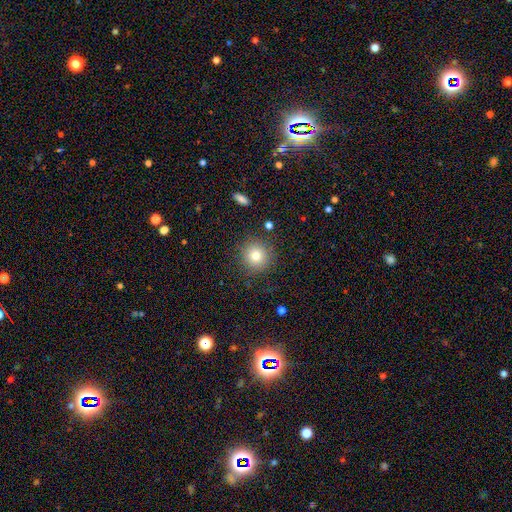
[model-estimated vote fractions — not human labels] Overall: smooth (78%). How rounded: round (93%). Merging: none (86%).